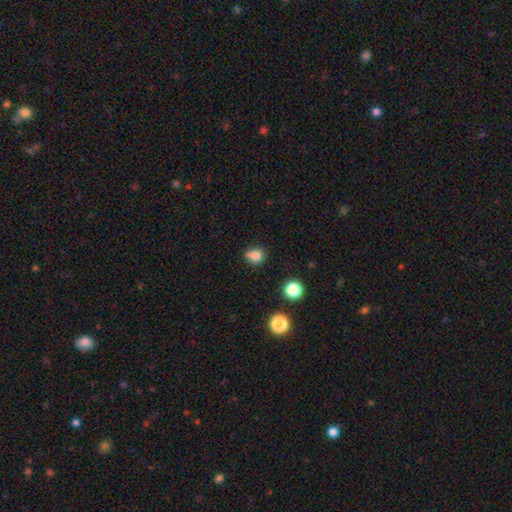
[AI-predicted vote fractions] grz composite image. It shows a smooth galaxy with no disk features (79%) that is round (75%). Merging: none (59%).